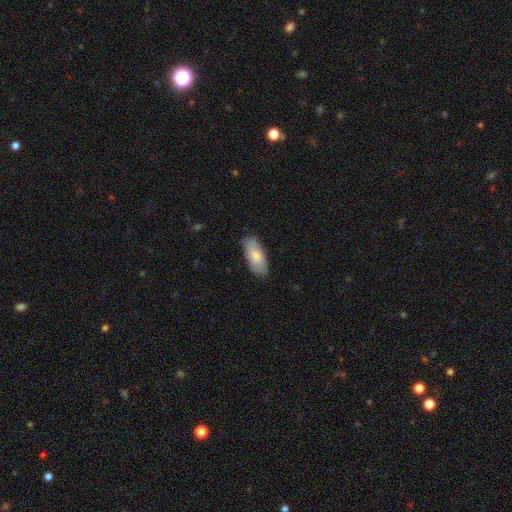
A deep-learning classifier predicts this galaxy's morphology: This is likely a smooth galaxy (73%). How rounded: clearly in between (86%). Merging: likely none (78%).